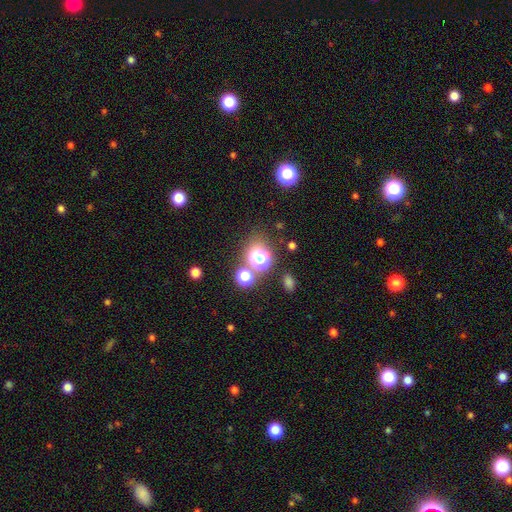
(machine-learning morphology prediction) This appears to be a smooth galaxy with no disk features (52%) that is round (75%). Merging: none (62%).